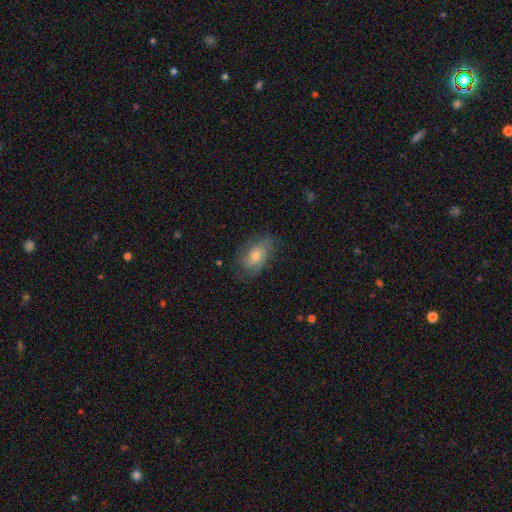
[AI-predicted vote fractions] Smooth or featured? featured or disk (57%)
Edge-on disk? no (95%)
Bar? no (70%)
Spiral arms? yes (84%)
Bulge size? moderate (56%)
Merging? none (72%)